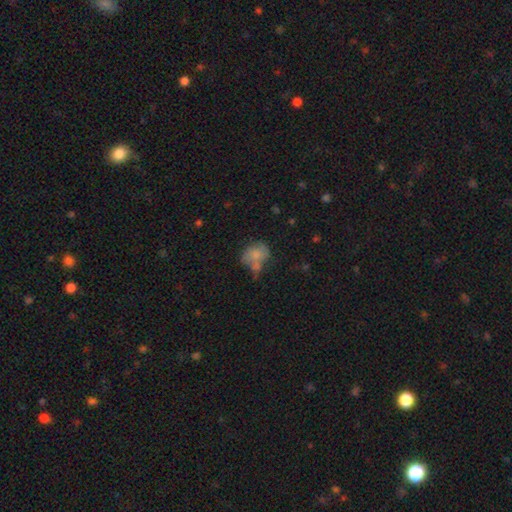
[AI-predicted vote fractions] smooth-or-featured: smooth: 66% | featured or disk: 25% | star or artifact: 10%
  how-rounded: round: 54% | in between: 44% | cigar-shaped: 1%
  merging: none: 33% | merger: 27% | minor disturbance: 24% | major disturbance: 16%